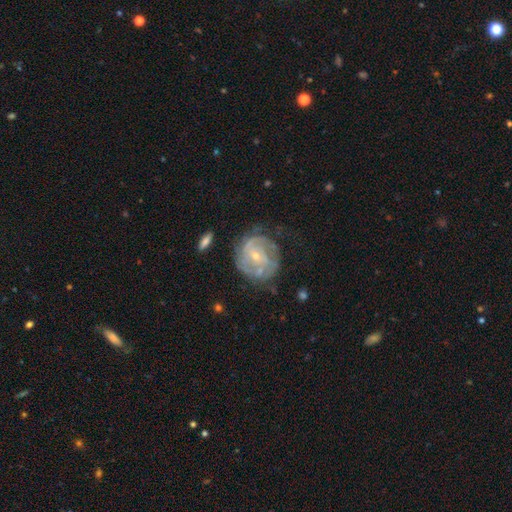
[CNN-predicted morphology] This is clearly a featured or disk galaxy (80%). It is clearly not viewed edge-on (97%). Bar: likely no (60%). Spiral arm pattern: clearly yes (86%). Spiral arm count: marginally can't tell (41%). Spiral winding: likely tight (62%). Central bulge: likely small (70%). Merging: likely none (60%).